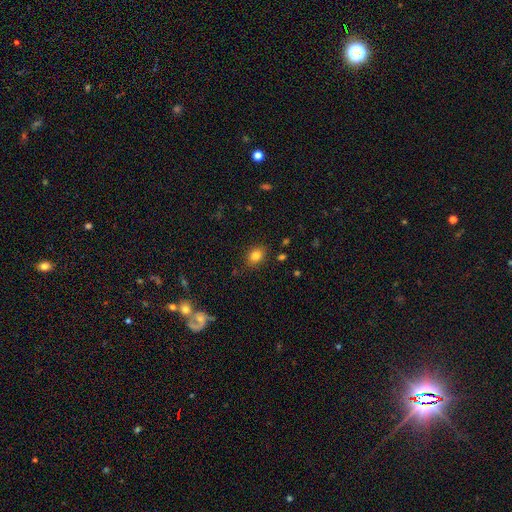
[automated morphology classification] smooth_or_featured: smooth (p=0.83) [alt: star or artifact p=0.11]
how_rounded: in between (p=0.55) [alt: round p=0.44]
merging: none (p=0.83) [alt: minor disturbance p=0.12]